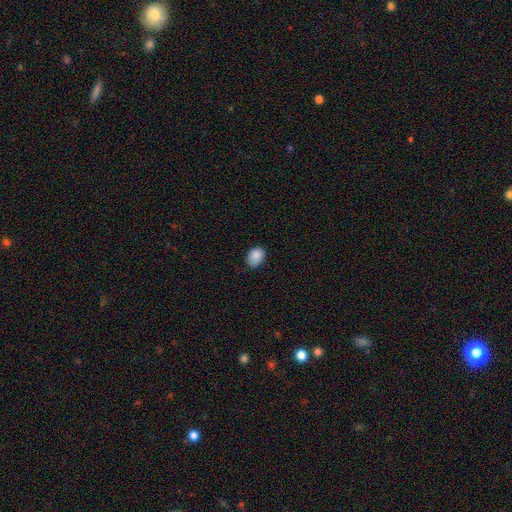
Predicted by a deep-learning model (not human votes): A smooth galaxy with no disk features (88%) that is in between round and cigar-shaped (74%).

Vote fractions:
- Smooth or featured? smooth: 88% / star or artifact: 8% / featured or disk: 4%
- How rounded? in between: 74% / round: 25% / cigar-shaped: 1%
- Merging? none: 73% / minor disturbance: 23% / major disturbance: 3% / merger: 1%